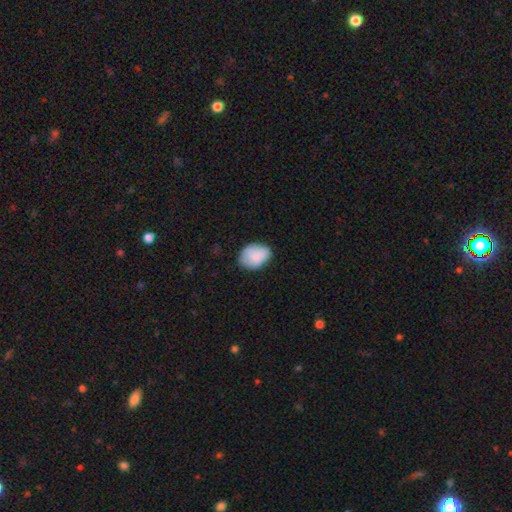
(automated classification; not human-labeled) Overall: smooth (86%). How rounded: in between (75%). Merging: none (71%).